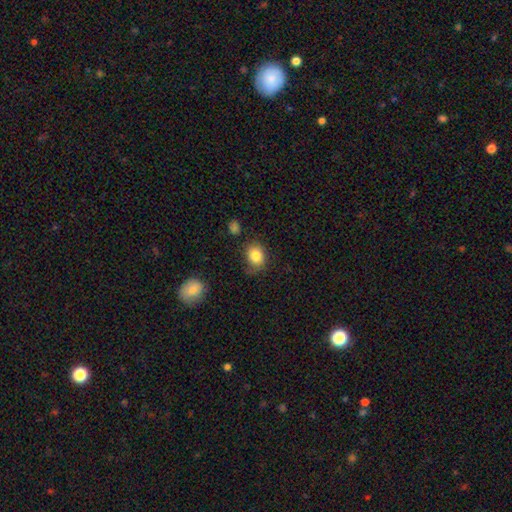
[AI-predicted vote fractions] smooth 84%, star or artifact 9%, featured or disk 7%. Down the decision tree: how rounded — round (55%); merging — none (71%).